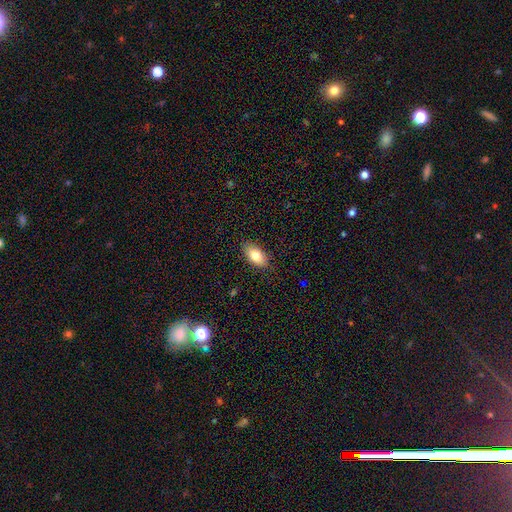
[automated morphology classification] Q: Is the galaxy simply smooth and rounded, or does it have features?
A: smooth — 79%.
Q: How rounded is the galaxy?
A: in between — 91%.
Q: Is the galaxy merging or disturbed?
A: none — 86%.